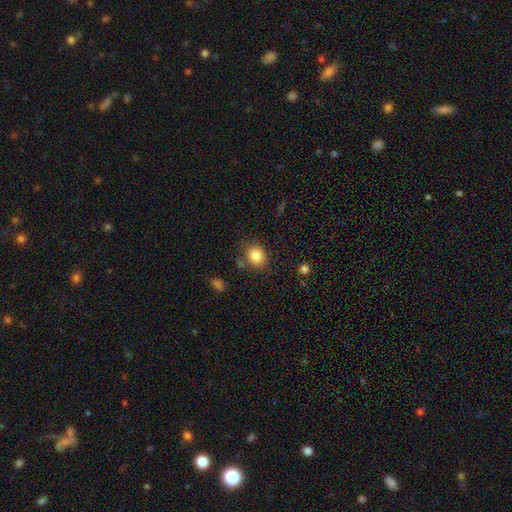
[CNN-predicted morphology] This appears to be a smooth galaxy with no disk features (84%) that is round (61%). Merging: none (78%).